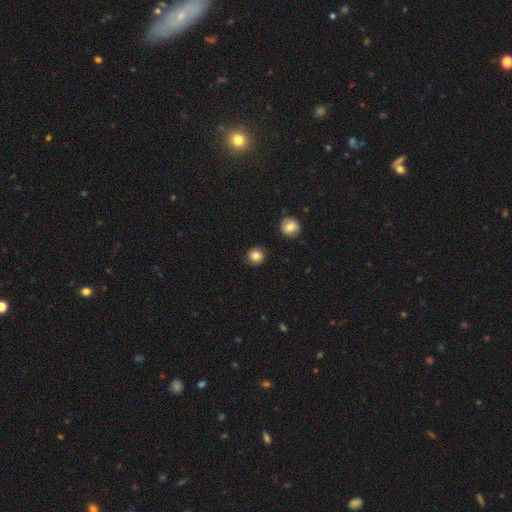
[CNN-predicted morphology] This is clearly a smooth galaxy (83%). How rounded: clearly round (92%). Merging: clearly none (88%).